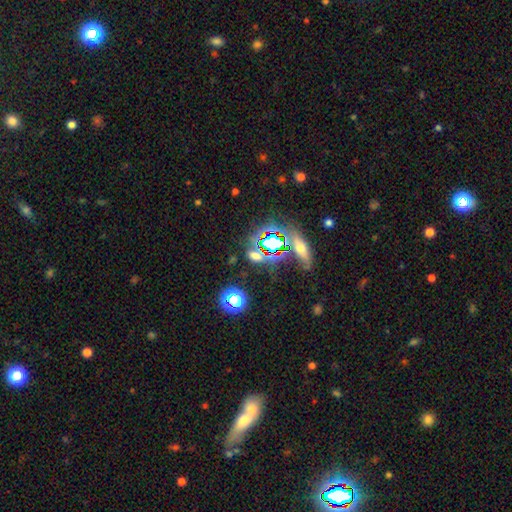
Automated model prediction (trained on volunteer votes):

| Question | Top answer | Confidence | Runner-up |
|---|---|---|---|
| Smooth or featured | star or artifact | 49% | smooth (40%) |